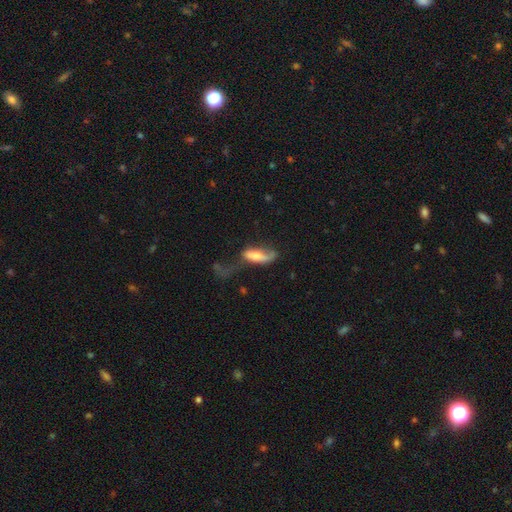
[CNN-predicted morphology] This is possibly a smooth galaxy (52%). How rounded: possibly in between (58%). Merging: possibly major disturbance (47%).